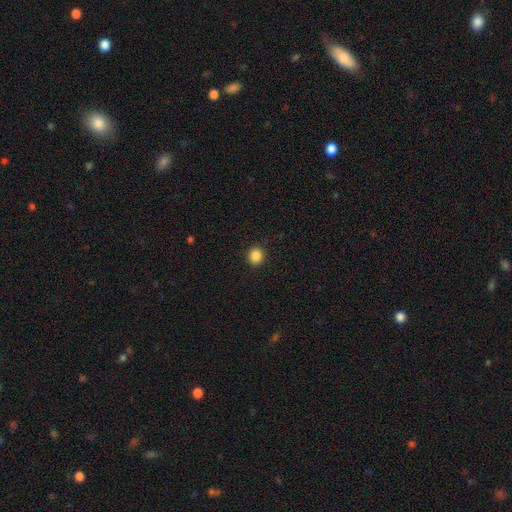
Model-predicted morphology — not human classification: This appears to be a smooth galaxy with no disk features (87%) that is round (87%). Merging: none (91%).